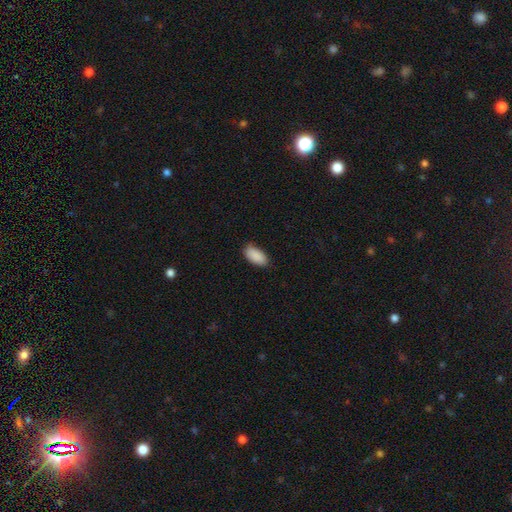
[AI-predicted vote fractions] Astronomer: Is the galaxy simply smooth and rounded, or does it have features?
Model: smooth — 91%.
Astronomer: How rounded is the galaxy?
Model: in between — 93%.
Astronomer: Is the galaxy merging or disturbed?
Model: none — 83%.